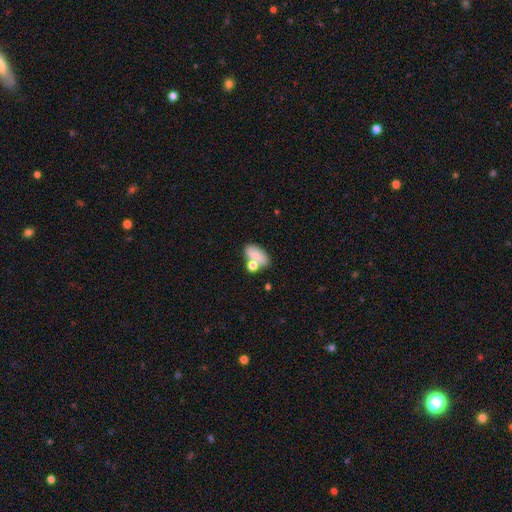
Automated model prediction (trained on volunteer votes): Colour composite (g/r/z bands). It shows a smooth galaxy with no disk features (73%) that is in between round and cigar-shaped (88%). Merging: none (44%).